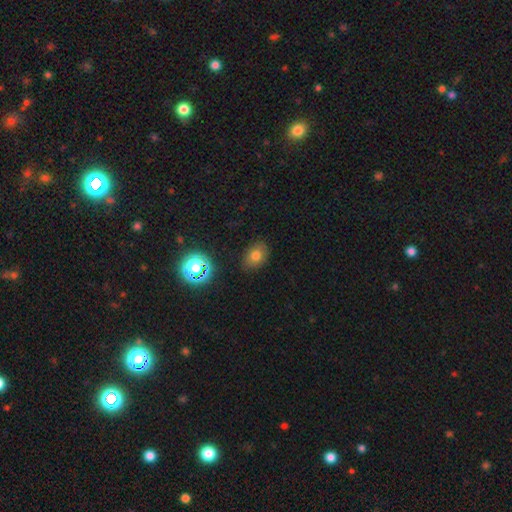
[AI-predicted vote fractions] smooth-or-featured: smooth: 71% | star or artifact: 18% | featured or disk: 11%
  how-rounded: in between: 66% | round: 33% | cigar-shaped: 1%
  merging: none: 83% | minor disturbance: 12% | major disturbance: 3% | merger: 2%